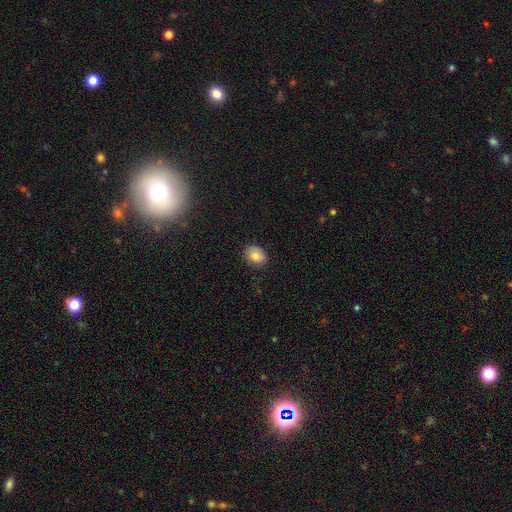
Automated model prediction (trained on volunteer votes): The model was most divided on "how rounded": in between: 66%, round: 33%, cigar-shaped: 1%. More confident: smooth or featured — smooth (82%); merging — none (80%).